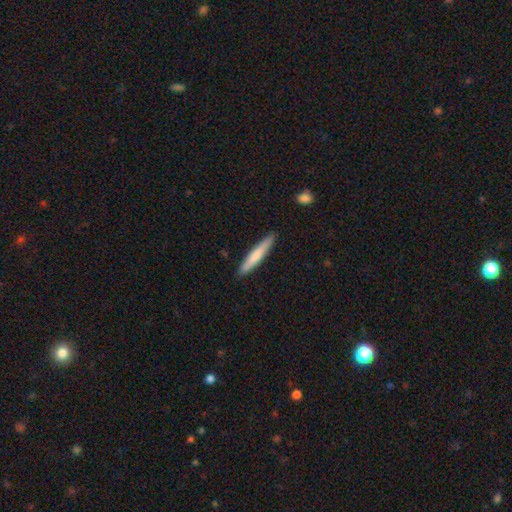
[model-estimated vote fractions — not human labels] The model was most divided on "smooth or featured": smooth: 72%, featured or disk: 23%, star or artifact: 5%. More confident: how rounded — cigar-shaped (93%); merging — none (89%).